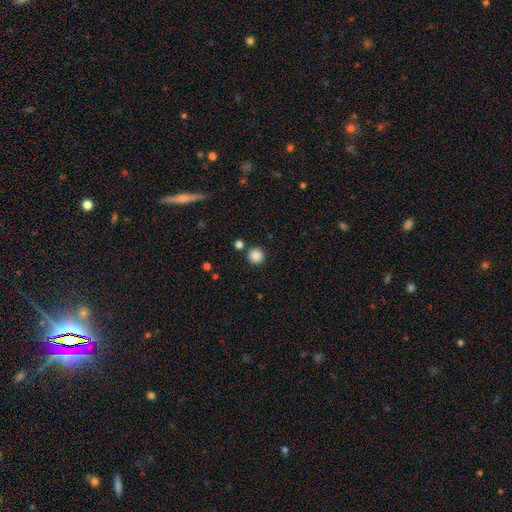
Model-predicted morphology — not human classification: Overall: smooth (86%). How rounded: round (95%). Merging: none (86%).